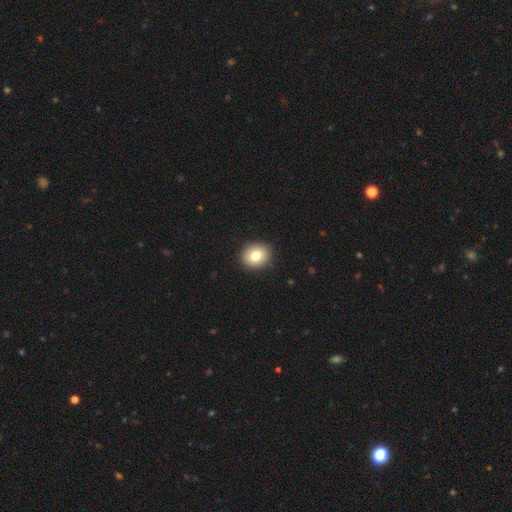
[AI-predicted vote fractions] Overall: smooth (79%). How rounded: round (66%; in between 33%). Merging: none (90%).